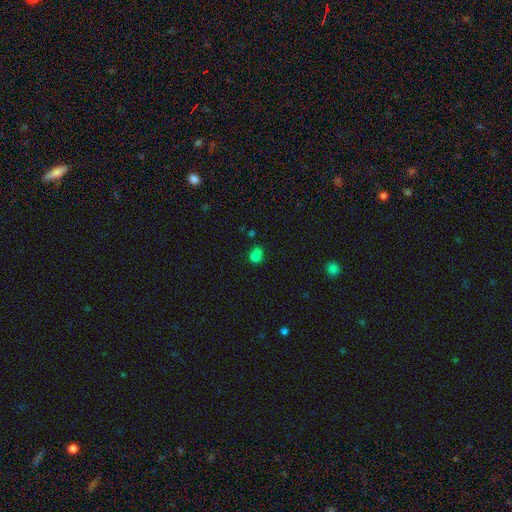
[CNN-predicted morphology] type=smooth (72%); roundness=in between (49%, tied with round); merging=none (48%).